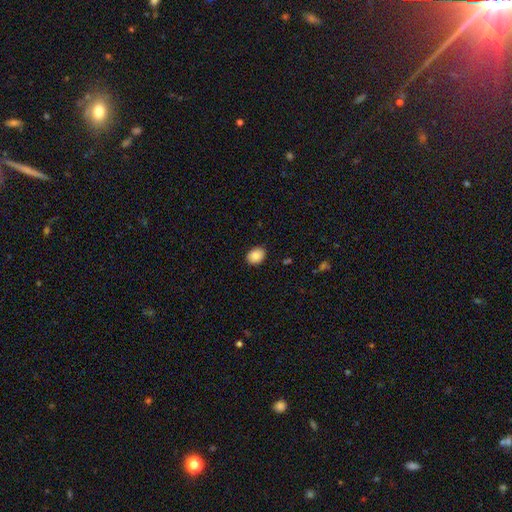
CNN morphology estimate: Smooth or featured? Predicted: smooth (p=0.88). How rounded? Predicted: in between (p=0.61). Merging? Predicted: none (p=0.88).